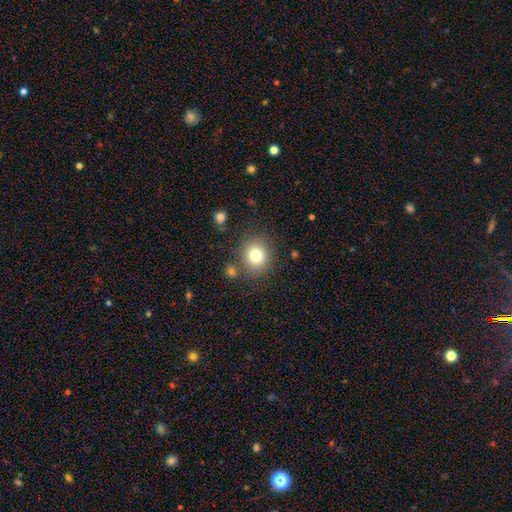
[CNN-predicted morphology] type=smooth (78%); roundness=round (83%); merging=none (82%).